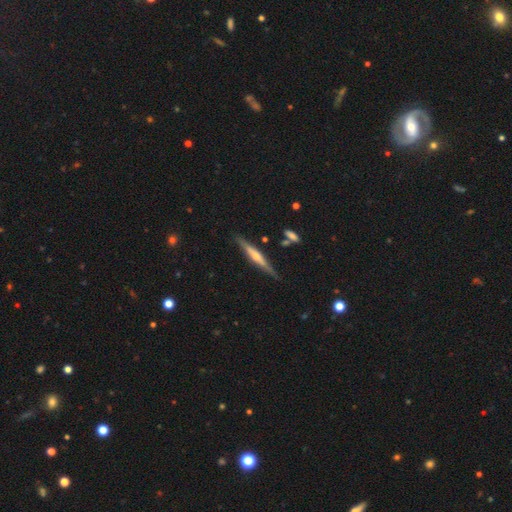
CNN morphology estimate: This is likely a featured or disk galaxy (70%). It is clearly viewed edge-on (97%). Edge-on bulge: likely rounded (77%). Merging: clearly none (86%).